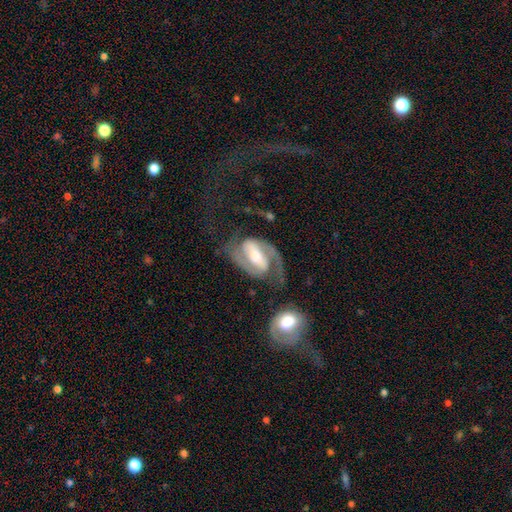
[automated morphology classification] Smooth or featured: featured or disk — 88% (smooth — 8%)
Edge-on disk: no — 97% (yes — 3%)
Bar: strong — 56% (weak — 30%)
Spiral arms: yes — 95% (no — 5%)
Spiral winding: medium — 53% (tight — 26%)
Spiral arm count: 2 — 91% (1 — 3%)
Bulge size: moderate — 49% (large — 23%)
Merging: none — 60% (major disturbance — 19%)